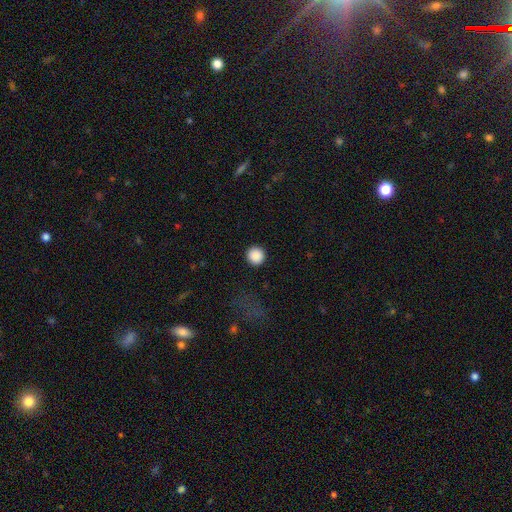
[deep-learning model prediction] This is clearly a smooth galaxy (89%). How rounded: clearly round (96%). Merging: clearly none (92%).